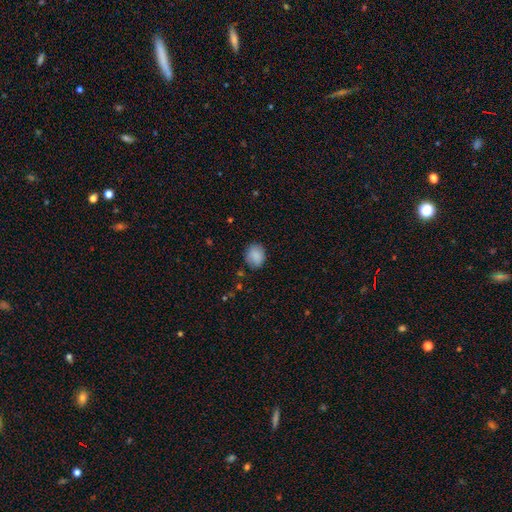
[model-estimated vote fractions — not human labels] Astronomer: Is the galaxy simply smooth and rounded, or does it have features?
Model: smooth — 84%.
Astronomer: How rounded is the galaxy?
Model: round — 59% (runner-up: in between, 40%).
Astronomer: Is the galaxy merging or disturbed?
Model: none — 76%.